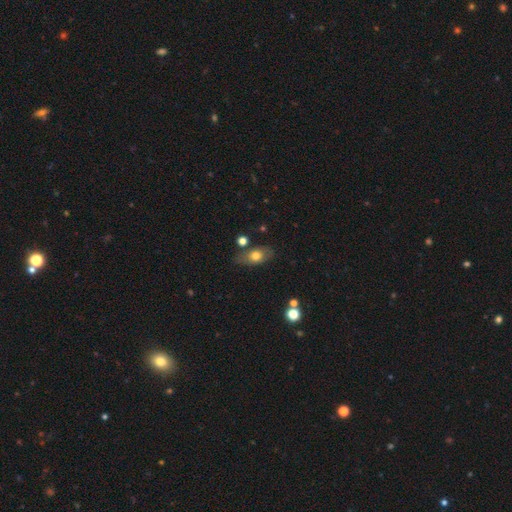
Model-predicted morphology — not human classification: This appears to be a smooth galaxy with no disk features (68%) that is in between round and cigar-shaped (80%). Merging: none (69%).